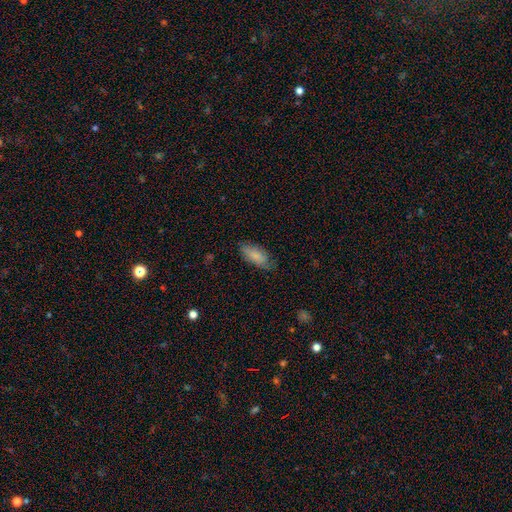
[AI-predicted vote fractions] Q: Smooth or featured?
A: smooth (80%); runner-up: featured or disk (14%)
Q: How rounded?
A: in between (87%); runner-up: cigar-shaped (11%)
Q: Merging?
A: none (72%); runner-up: minor disturbance (22%)